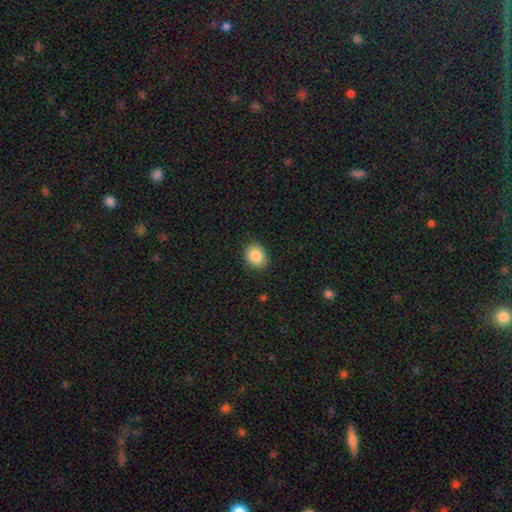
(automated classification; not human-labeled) Smooth or featured? Predicted: smooth (p=0.87). How rounded? Predicted: round (p=0.54). Merging? Predicted: none (p=0.86).